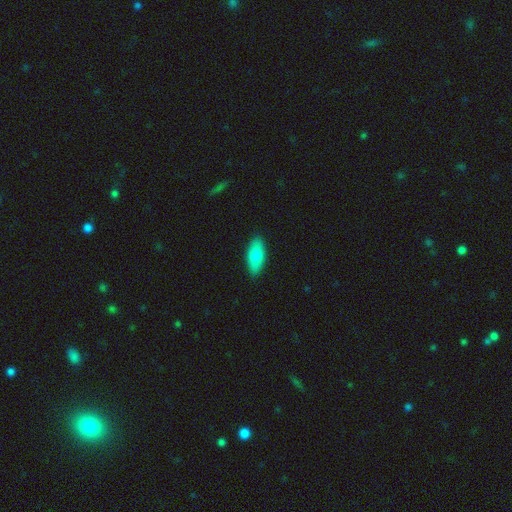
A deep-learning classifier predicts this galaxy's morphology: This appears to be a smooth galaxy with no disk features (79%) that is in between round and cigar-shaped (83%). Merging: none (87%).